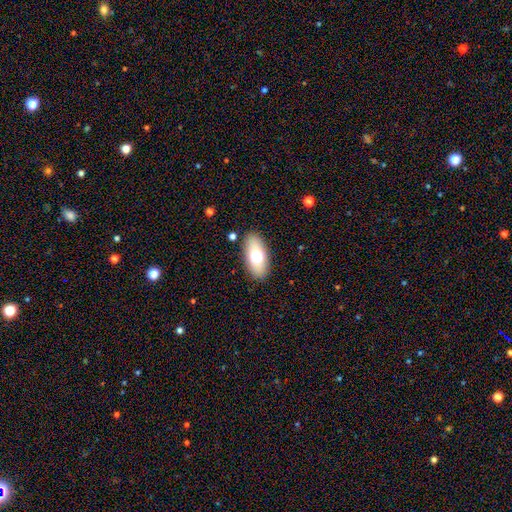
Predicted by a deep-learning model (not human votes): Overall: smooth (68%). How rounded: in between (88%). Merging: none (86%).